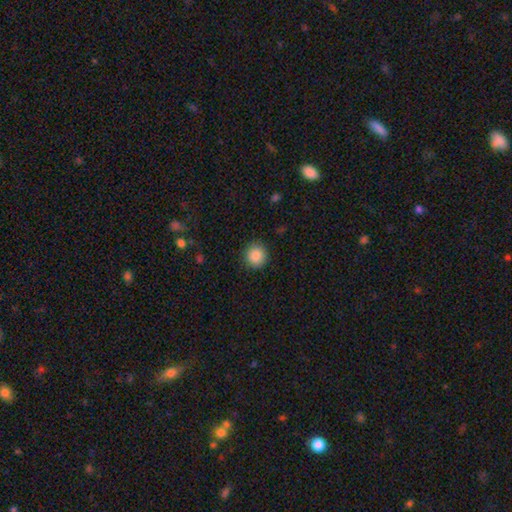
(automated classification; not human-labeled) smooth-or-featured: smooth: 87% | star or artifact: 9% | featured or disk: 4%
  how-rounded: round: 93% | in between: 6% | cigar-shaped: 1%
  merging: none: 91% | minor disturbance: 6% | major disturbance: 2% | merger: 1%